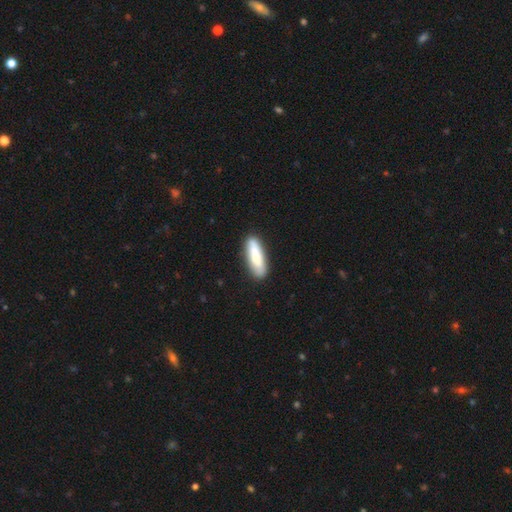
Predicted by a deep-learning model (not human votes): This is clearly a smooth galaxy (82%). How rounded: likely cigar-shaped (66%). Merging: clearly none (85%).